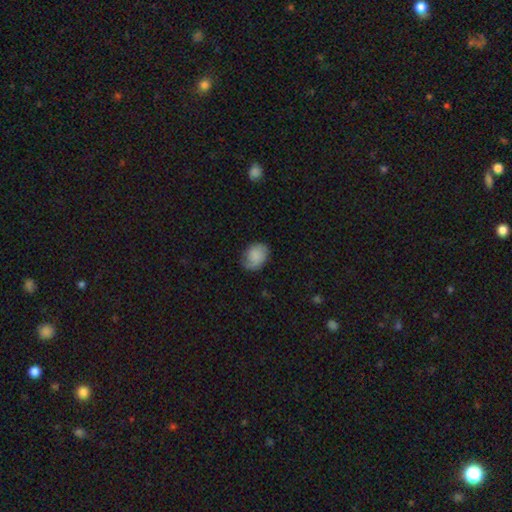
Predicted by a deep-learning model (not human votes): The model was most divided on "how rounded": in between: 62%, round: 37%, cigar-shaped: 1%. More confident: smooth or featured — smooth (79%); merging — none (65%).